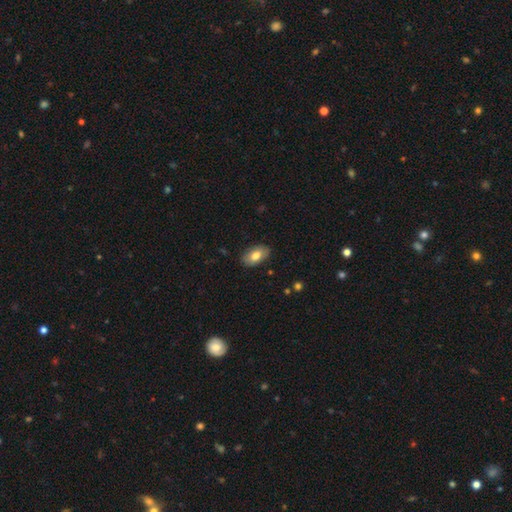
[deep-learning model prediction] A smooth galaxy with no disk features (77%) that is in between round and cigar-shaped (93%).

Vote fractions:
- Smooth or featured? smooth: 77% / featured or disk: 17% / star or artifact: 6%
- How rounded? in between: 93% / round: 5% / cigar-shaped: 2%
- Merging? none: 86% / minor disturbance: 10% / major disturbance: 2% / merger: 1%